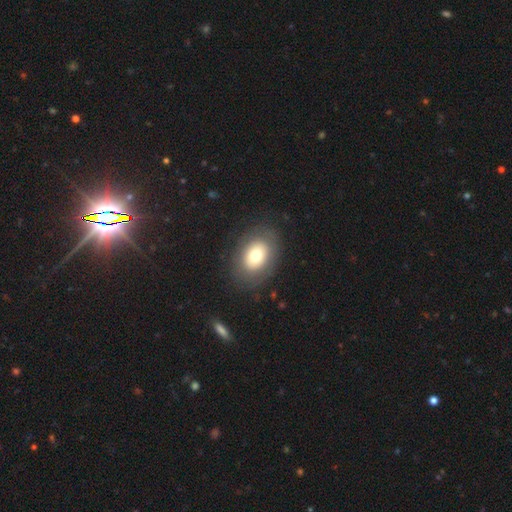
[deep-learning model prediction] The model was most divided on "how rounded": in between: 72%, round: 27%, cigar-shaped: 1%. More confident: merging — none (82%); smooth or featured — smooth (69%).